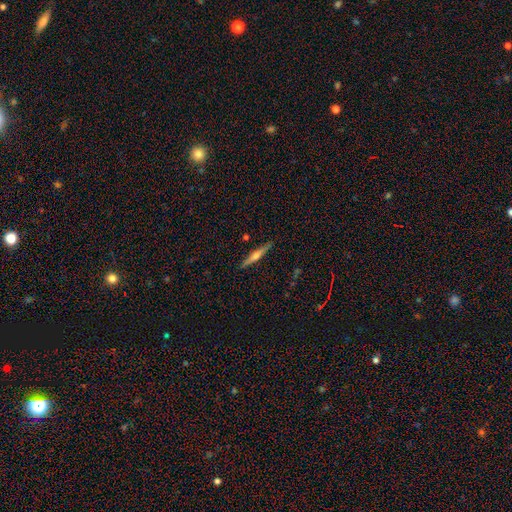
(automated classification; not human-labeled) A featured or disk galaxy (66%) viewed edge-on (97%) with a rounded central bulge (86%).

Vote fractions:
- Smooth or featured? featured or disk: 66% / smooth: 28% / star or artifact: 6%
- Edge-on disk? yes: 97% / no: 3%
- Edge-on bulge? rounded: 86% / none: 8% / boxy: 6%
- Merging? none: 91% / minor disturbance: 7% / major disturbance: 1% / merger: 1%